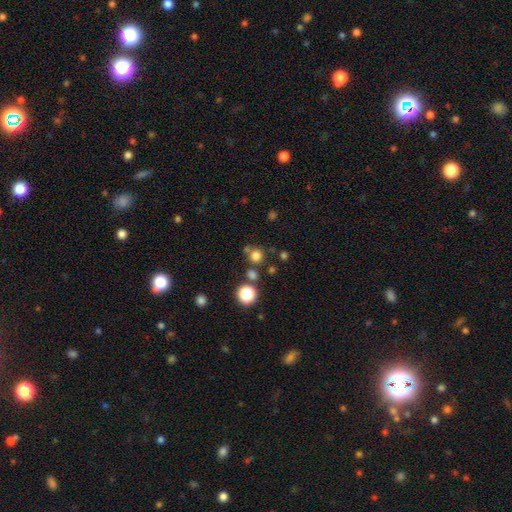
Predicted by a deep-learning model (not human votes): Smooth or featured?
  - smooth: 75% *
  - star or artifact: 19%
  - featured or disk: 6%
How rounded?
  - round: 90% *
  - in between: 9%
  - cigar-shaped: 1%
Merging?
  - none: 72% *
  - merger: 15%
  - minor disturbance: 9%
  - major disturbance: 4%